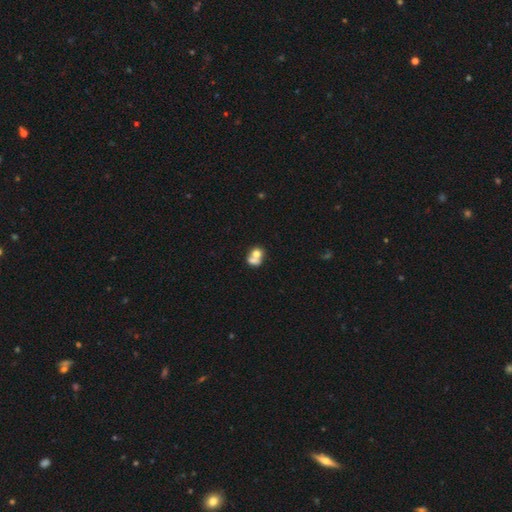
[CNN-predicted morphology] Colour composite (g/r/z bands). It shows a smooth galaxy with no disk features (67%) that is round (60%). Merging: merger (64%).